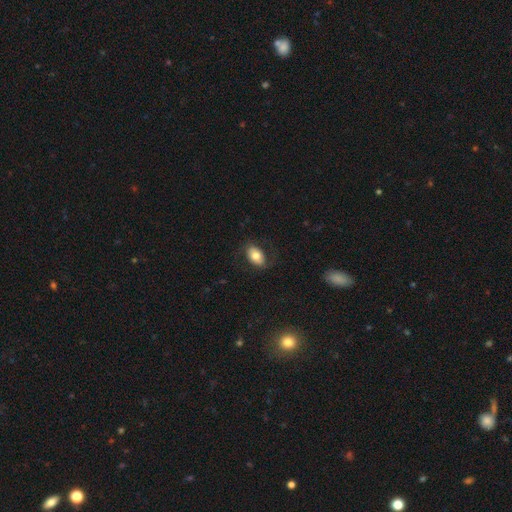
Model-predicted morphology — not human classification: Smooth or featured: smooth — 74% (featured or disk — 19%)
How rounded: in between — 89% (round — 10%)
Merging: none — 78% (minor disturbance — 14%)